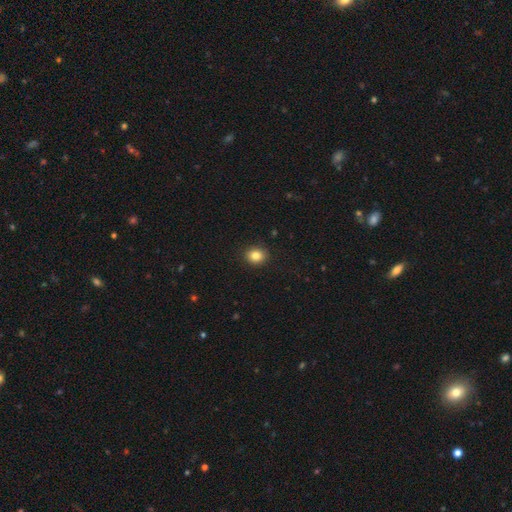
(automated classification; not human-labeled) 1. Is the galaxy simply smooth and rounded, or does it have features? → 84% smooth, 10% star or artifact, 6% featured or disk.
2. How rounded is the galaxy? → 64% round, 35% in between, 1% cigar-shaped.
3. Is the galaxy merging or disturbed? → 91% none, 7% minor disturbance, 2% major disturbance, 1% merger.